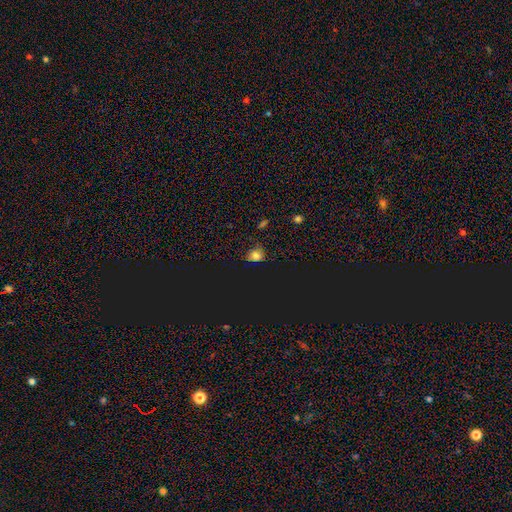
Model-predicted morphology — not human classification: Overall: smooth (53%; star or artifact 39%). How rounded: round (70%). Merging: none (68%).